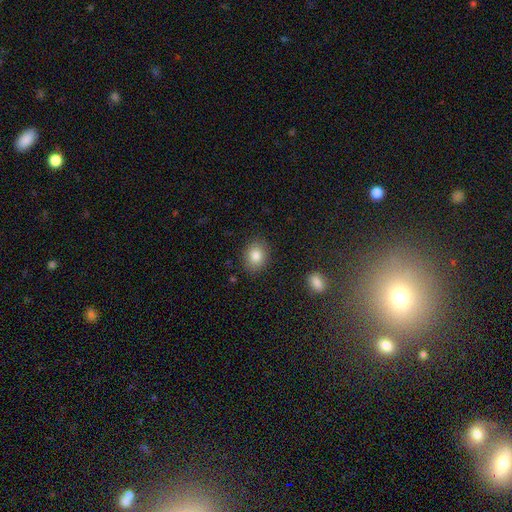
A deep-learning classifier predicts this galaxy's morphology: Smooth or featured? smooth (83%)
How rounded? in between (51%)
Merging? none (87%)